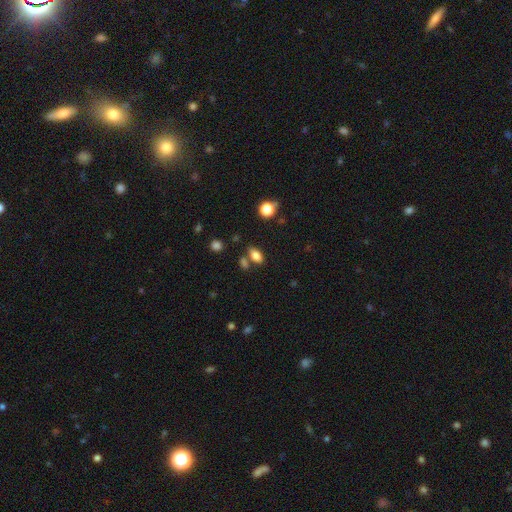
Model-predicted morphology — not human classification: smooth 82%, star or artifact 11%, featured or disk 7%. Down the decision tree: how rounded — in between (87%); merging — none (69%).